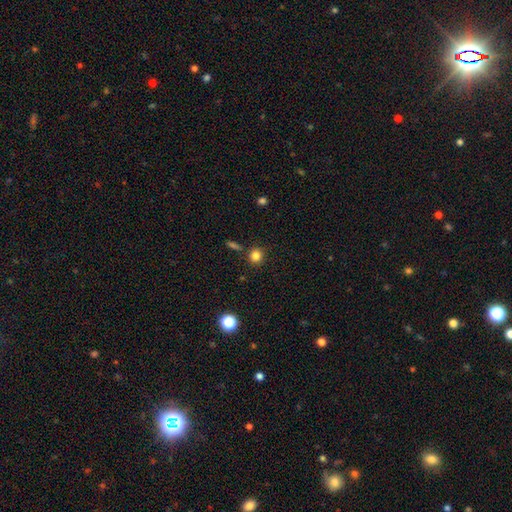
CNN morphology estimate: type=smooth (83%); roundness=round (90%); merging=none (84%).